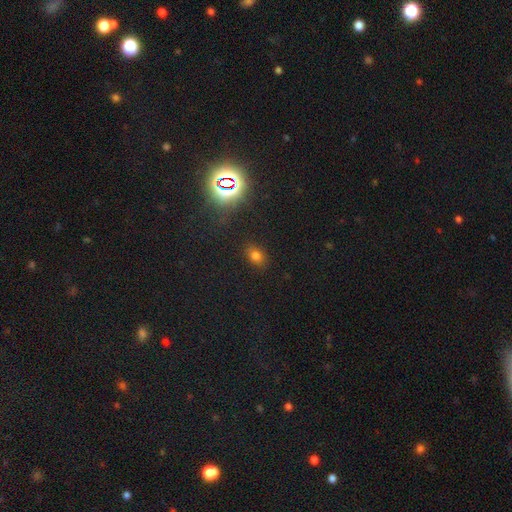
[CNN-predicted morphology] The model was most divided on "how rounded": in between: 67%, round: 31%, cigar-shaped: 2%. More confident: merging — none (86%); smooth or featured — smooth (71%).